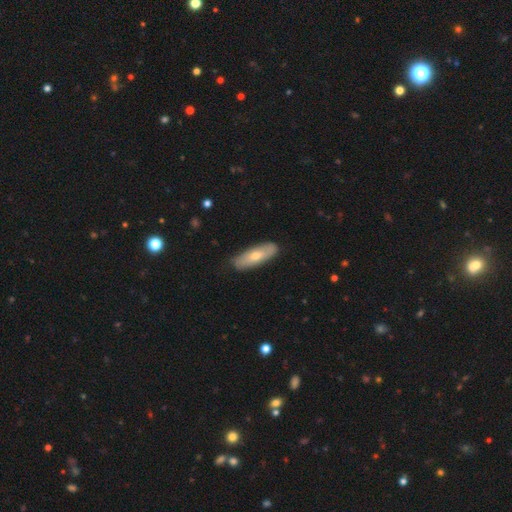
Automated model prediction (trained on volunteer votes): This appears to be a smooth galaxy with no disk features (60%) that is in between round and cigar-shaped (56%). Merging: none (84%).